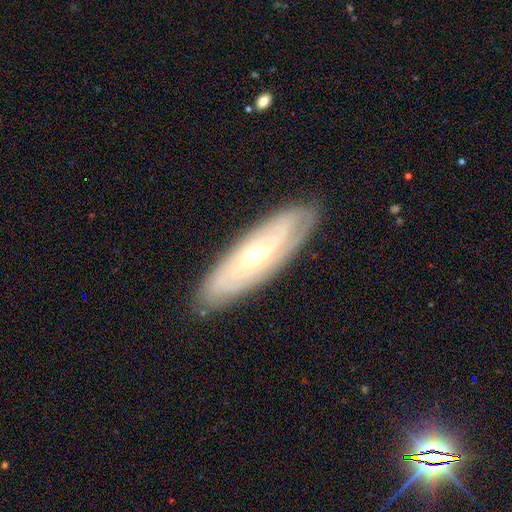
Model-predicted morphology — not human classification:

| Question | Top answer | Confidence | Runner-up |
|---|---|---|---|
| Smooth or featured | featured or disk | 74% | smooth (19%) |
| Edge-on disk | no | 76% | yes (24%) |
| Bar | no | 62% | weak (29%) |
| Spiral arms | yes | 84% | no (16%) |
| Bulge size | small | 52% | moderate (44%) |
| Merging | none | 84% | minor disturbance (12%) |